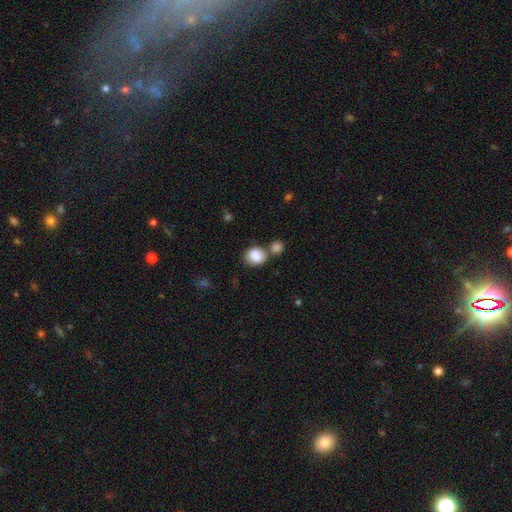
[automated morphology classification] type=smooth (85%); roundness=round (53%); merging=none (53%).